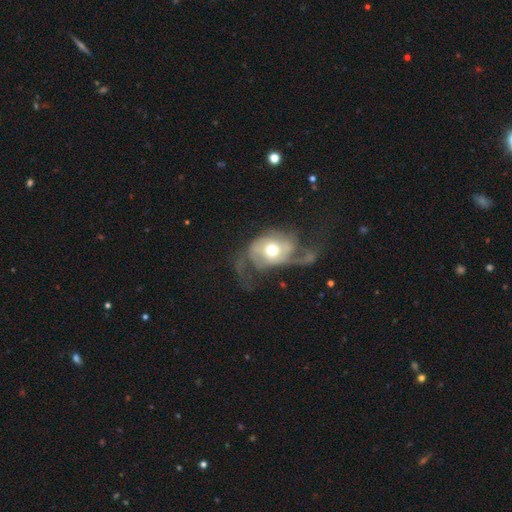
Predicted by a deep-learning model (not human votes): smooth_or_featured: featured or disk (p=0.78) [alt: smooth p=0.15]
disk_edge_on: no (p=0.96) [alt: yes p=0.04]
bar: no (p=0.72) [alt: weak p=0.21]
has_spiral_arms: yes (p=0.85) [alt: no p=0.15]
spiral_winding: loose (p=0.43) [alt: medium p=0.38]
spiral_arm_count: 2 (p=0.49) [alt: 3 p=0.18]
bulge_size: moderate (p=0.69) [alt: small p=0.19]
merging: major disturbance (p=0.43) [alt: none p=0.33]